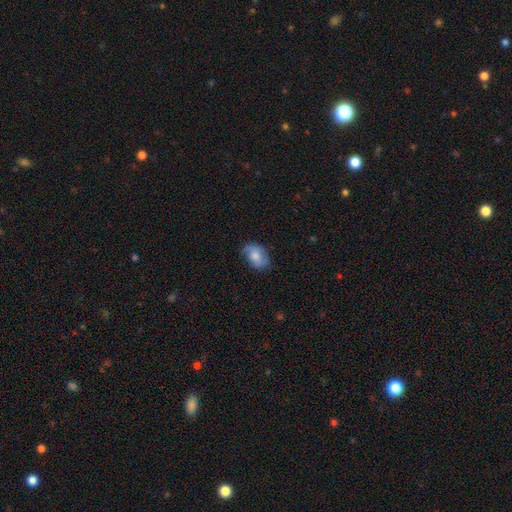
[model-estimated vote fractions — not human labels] A smooth galaxy with no disk features (55%) that is in between round and cigar-shaped (78%).

Vote fractions:
- Smooth or featured? smooth: 55% / featured or disk: 37% / star or artifact: 8%
- How rounded? in between: 78% / round: 20% / cigar-shaped: 1%
- Merging? none: 59% / minor disturbance: 28% / major disturbance: 11% / merger: 1%